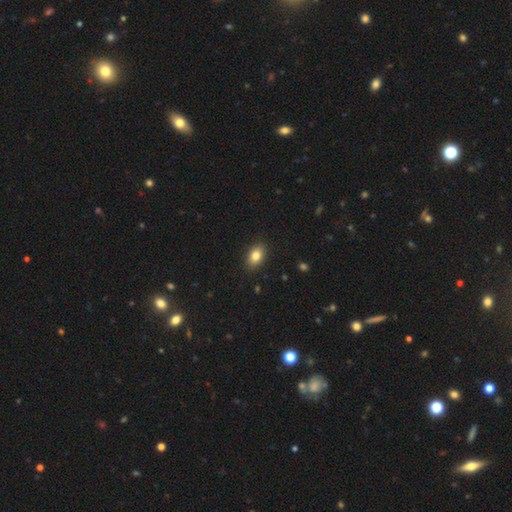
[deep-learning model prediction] Smooth or featured: smooth — 83% (star or artifact — 8%)
How rounded: in between — 85% (round — 13%)
Merging: none — 89% (minor disturbance — 8%)